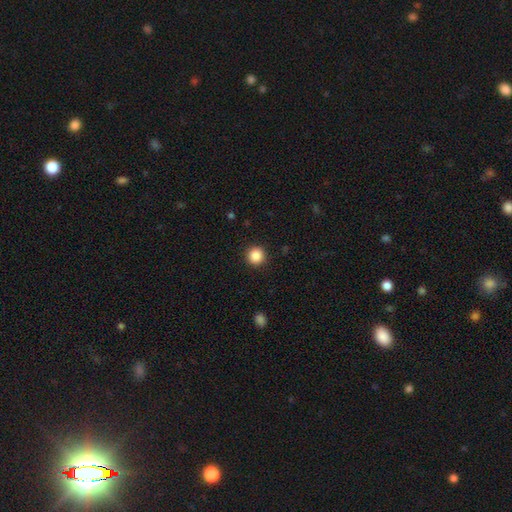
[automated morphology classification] Smooth or featured: smooth — 87% (star or artifact — 10%)
How rounded: round — 96% (in between — 3%)
Merging: none — 92% (minor disturbance — 5%)